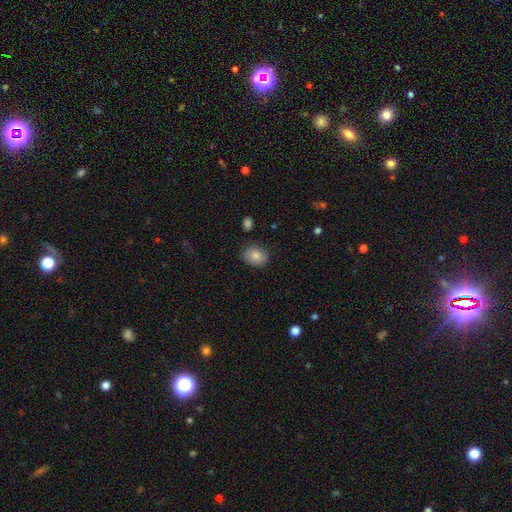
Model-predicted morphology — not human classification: A smooth galaxy with no disk features (81%) that is in between round and cigar-shaped (52%). Merging: none (81%).